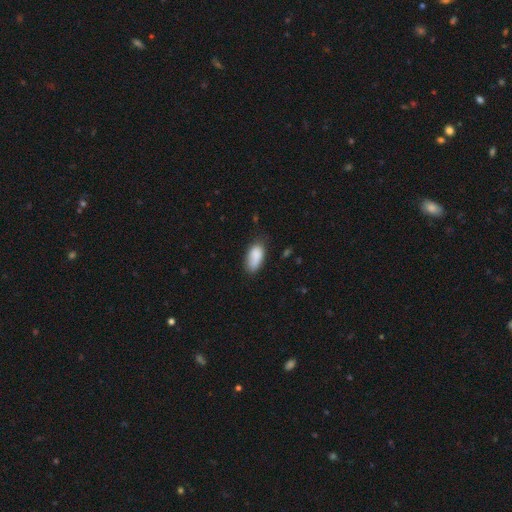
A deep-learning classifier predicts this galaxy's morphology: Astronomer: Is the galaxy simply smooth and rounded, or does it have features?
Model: smooth — 85%.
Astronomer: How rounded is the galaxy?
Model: in between — 90%.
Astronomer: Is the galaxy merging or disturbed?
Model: none — 63%.